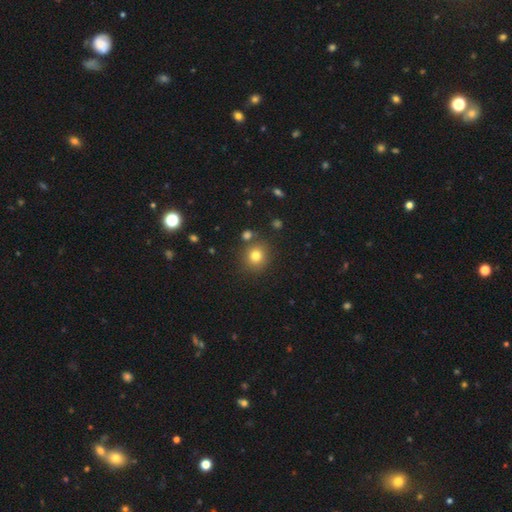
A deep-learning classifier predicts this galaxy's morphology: The model was most divided on "smooth or featured": smooth: 78%, star or artifact: 14%, featured or disk: 8%. More confident: how rounded — round (88%); merging — none (81%).